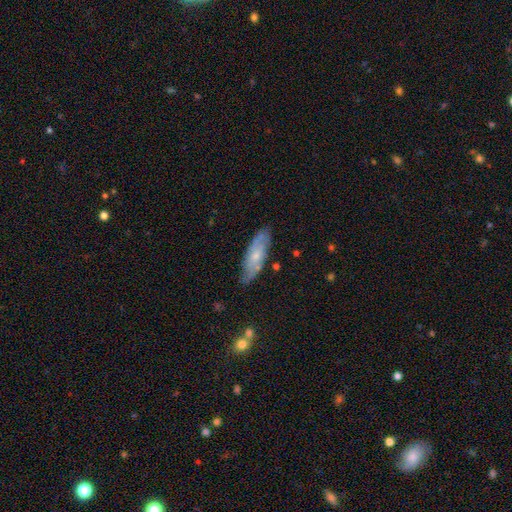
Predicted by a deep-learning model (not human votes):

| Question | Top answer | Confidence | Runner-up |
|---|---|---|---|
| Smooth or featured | featured or disk | 47% | smooth (46%) |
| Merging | none | 75% | minor disturbance (19%) |